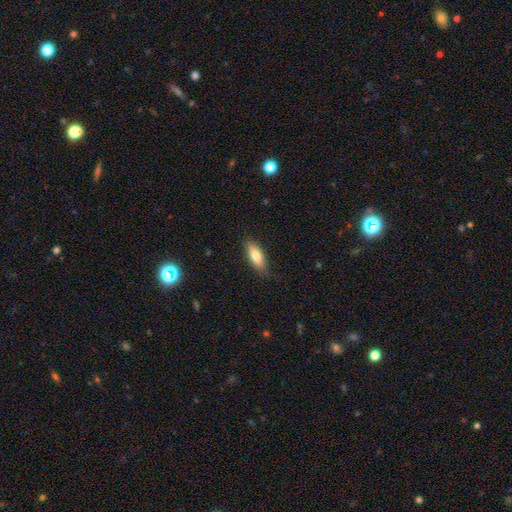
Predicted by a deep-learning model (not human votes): smooth-or-featured: smooth: 78% | featured or disk: 15% | star or artifact: 6%
  how-rounded: in between: 71% | cigar-shaped: 27% | round: 2%
  merging: none: 79% | minor disturbance: 17% | major disturbance: 3% | merger: 1%